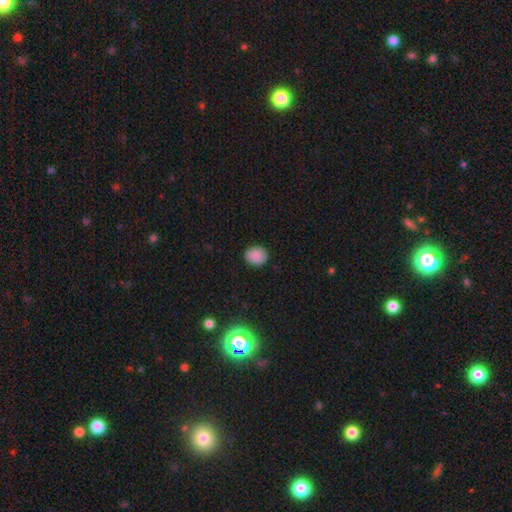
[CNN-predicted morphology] Smooth or featured? Predicted: smooth (p=0.87). How rounded? Predicted: round (p=0.70). Merging? Predicted: none (p=0.87).